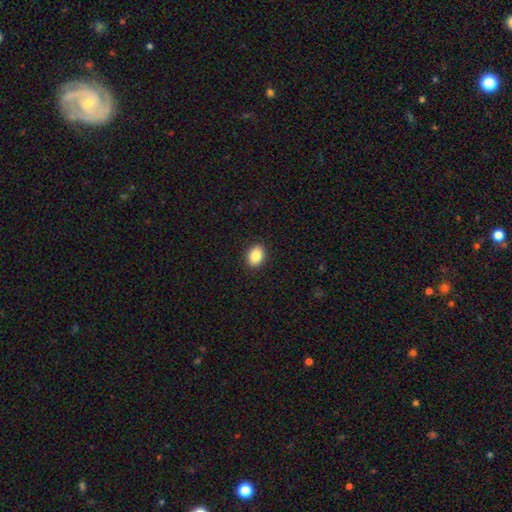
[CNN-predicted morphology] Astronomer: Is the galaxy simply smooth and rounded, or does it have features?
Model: smooth — 87%.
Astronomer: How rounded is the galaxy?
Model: in between — 66%.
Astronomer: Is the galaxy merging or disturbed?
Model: none — 91%.